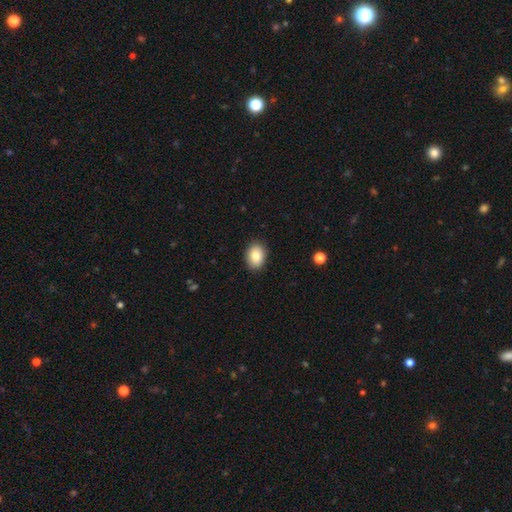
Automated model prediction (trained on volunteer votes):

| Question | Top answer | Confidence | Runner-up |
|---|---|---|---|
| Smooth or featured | smooth | 83% | featured or disk (9%) |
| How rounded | in between | 75% | round (24%) |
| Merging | none | 90% | minor disturbance (8%) |